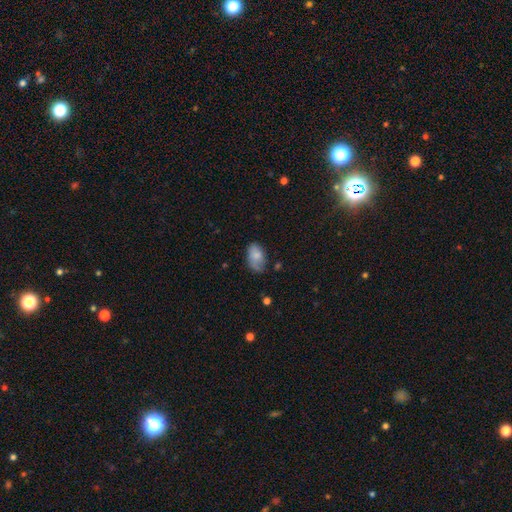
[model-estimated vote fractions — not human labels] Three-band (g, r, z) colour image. It shows a smooth galaxy with no disk features (79%) that is in between round and cigar-shaped (92%). Merging: none (57%).